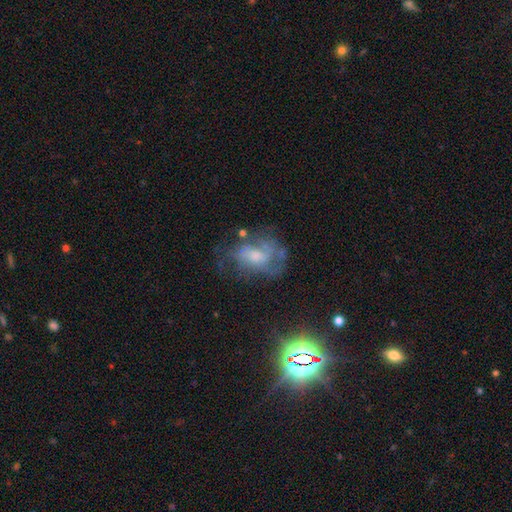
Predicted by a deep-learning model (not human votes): smooth-or-featured: featured or disk: 60% | smooth: 26% | star or artifact: 15%
  disk-edge-on: no: 96% | yes: 4%
    bar: no: 68% | weak: 27% | strong: 5%
    has-spiral-arms: yes: 62% | no: 38%
    bulge-size: moderate: 43% | small: 36% | none: 12% | large: 8% | dominant: 2%
  merging: none: 46% | major disturbance: 27% | minor disturbance: 23% | merger: 5%